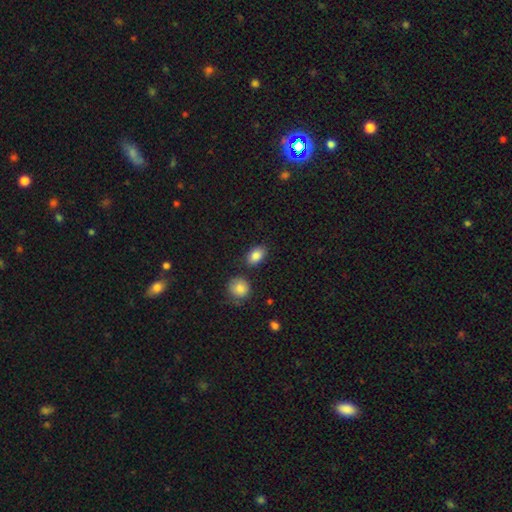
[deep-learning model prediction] Morphology: type=smooth (86%); roundness=in between (86%); merging=none (80%).